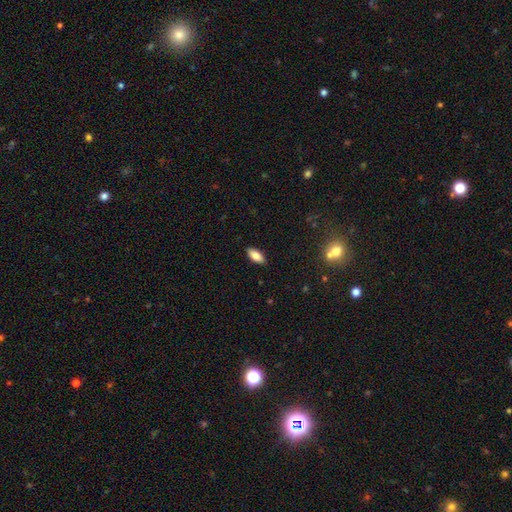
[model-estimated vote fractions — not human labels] Q: Smooth or featured?
A: smooth (81%); runner-up: featured or disk (11%)
Q: How rounded?
A: in between (87%); runner-up: cigar-shaped (11%)
Q: Merging?
A: none (88%); runner-up: minor disturbance (9%)